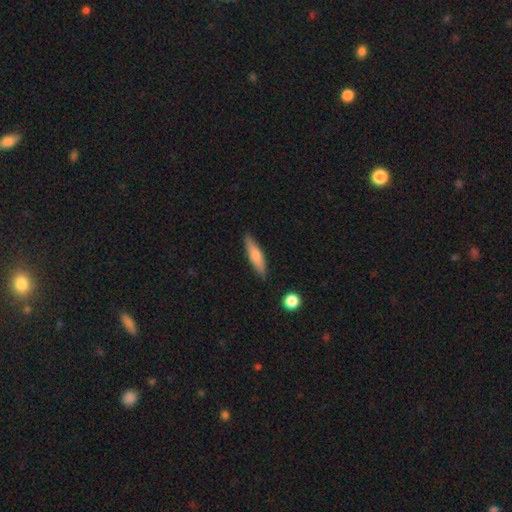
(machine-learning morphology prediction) type=smooth (69%); roundness=cigar-shaped (74%); merging=none (86%).